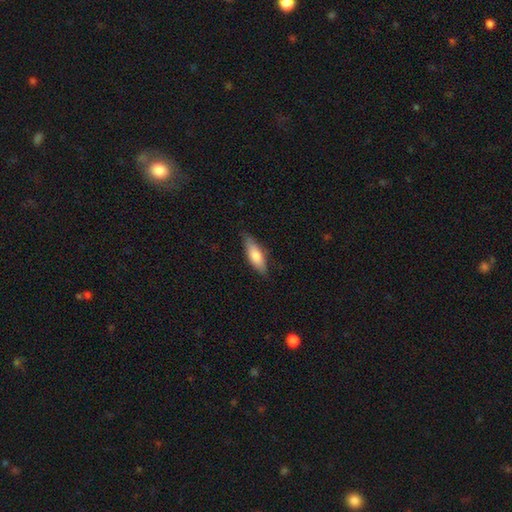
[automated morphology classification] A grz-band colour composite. It shows a smooth galaxy with no disk features (74%) that is in between round and cigar-shaped (59%). Merging: none (78%).